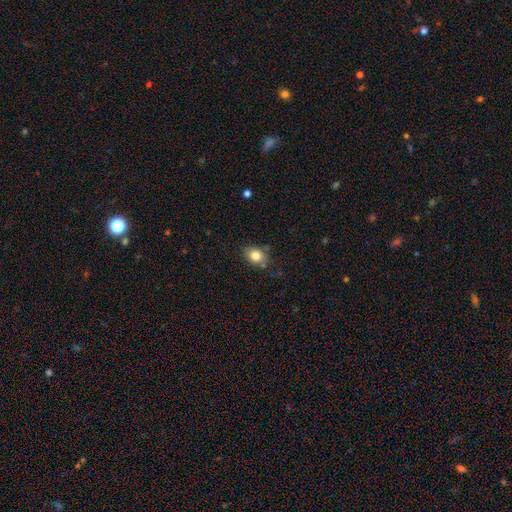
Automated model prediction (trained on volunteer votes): The model was most divided on "how rounded": round: 53%, in between: 46%, cigar-shaped: 1%. More confident: smooth or featured — smooth (81%); merging — none (73%).